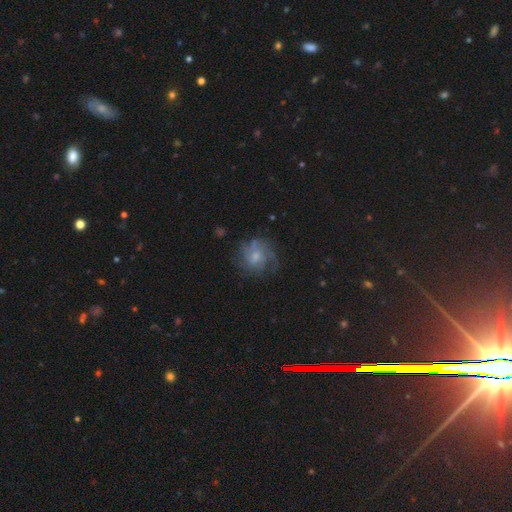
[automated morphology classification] Overall: featured or disk (61%; smooth 29%). Edge-on disk: no (97%). Bar: no (59%; weak 36%). Spiral arms: yes (78%). Bulge size: small (42%; moderate 39%). Merging: none (60%; minor disturbance 20%).